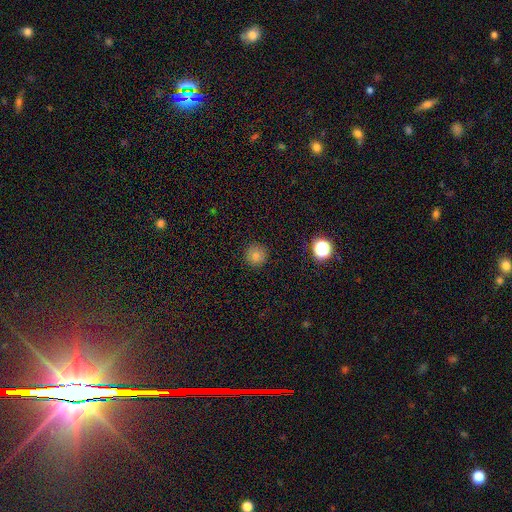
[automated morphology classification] smooth_or_featured: smooth (p=0.77) [alt: star or artifact p=0.16]
how_rounded: round (p=0.96) [alt: in between p=0.03]
merging: none (p=0.91) [alt: minor disturbance p=0.06]